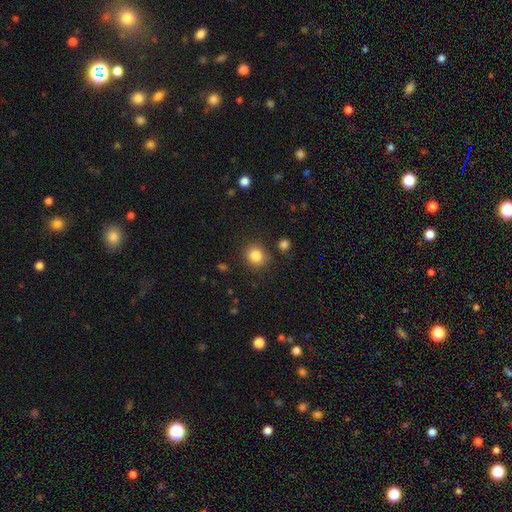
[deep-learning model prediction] Smooth or featured?
  - smooth: 84% *
  - star or artifact: 11%
  - featured or disk: 5%
How rounded?
  - round: 85% *
  - in between: 14%
  - cigar-shaped: 1%
Merging?
  - none: 85% *
  - minor disturbance: 9%
  - merger: 3%
  - major disturbance: 3%